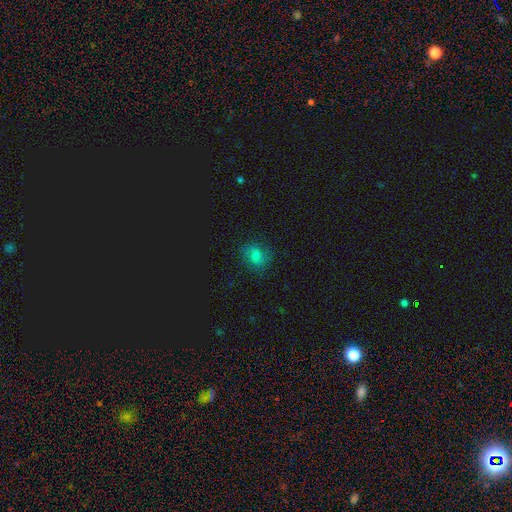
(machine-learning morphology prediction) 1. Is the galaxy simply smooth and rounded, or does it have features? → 51% smooth, 29% featured or disk, 20% star or artifact.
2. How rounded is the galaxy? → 62% round, 36% in between, 1% cigar-shaped.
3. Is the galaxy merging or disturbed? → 76% none, 16% minor disturbance, 6% major disturbance, 1% merger.